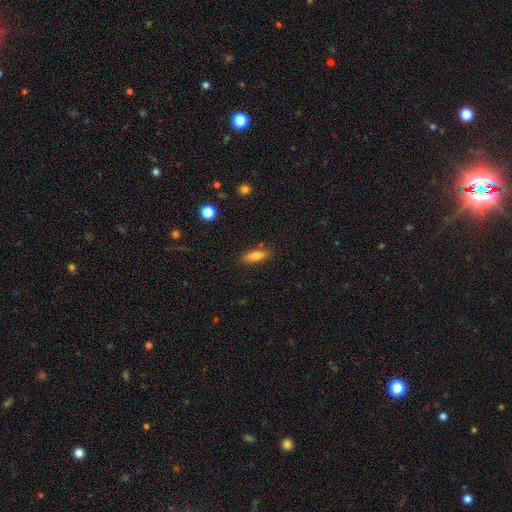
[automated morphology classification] This appears to be a smooth galaxy with no disk features (79%) that is in between round and cigar-shaped (56%). Merging: none (84%).